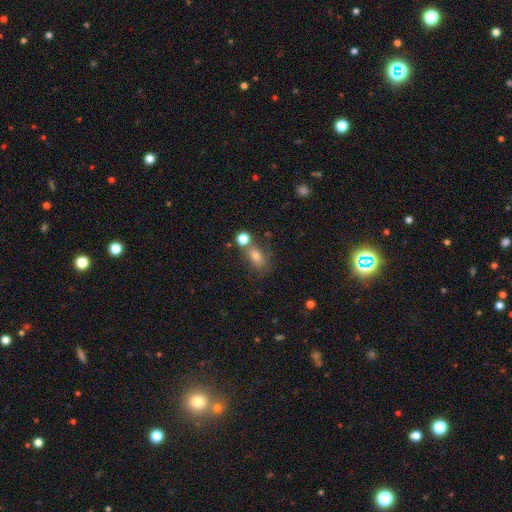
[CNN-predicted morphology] Smooth or featured?
  - smooth: 73% *
  - star or artifact: 16%
  - featured or disk: 12%
How rounded?
  - in between: 75% *
  - round: 20%
  - cigar-shaped: 5%
Merging?
  - none: 58% *
  - merger: 21%
  - minor disturbance: 15%
  - major disturbance: 6%